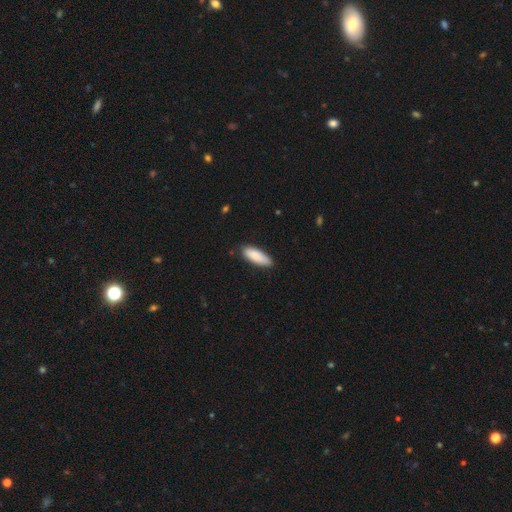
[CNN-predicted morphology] The model was most divided on "how rounded": in between: 61%, cigar-shaped: 38%, round: 2%. More confident: smooth or featured — smooth (87%); merging — none (82%).